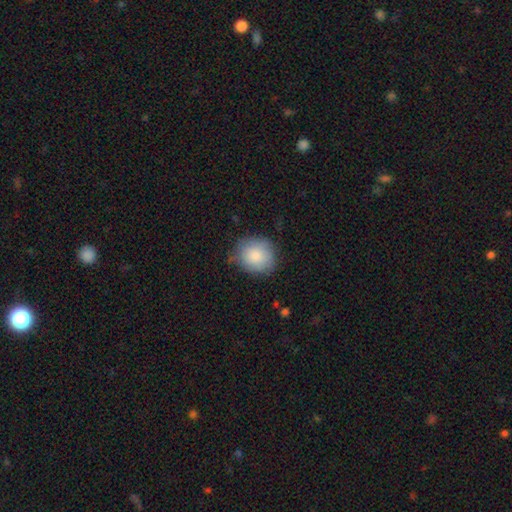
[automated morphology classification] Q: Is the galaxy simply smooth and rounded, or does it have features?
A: smooth — 82%.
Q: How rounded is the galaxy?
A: round — 80%.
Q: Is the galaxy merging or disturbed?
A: none — 71%.